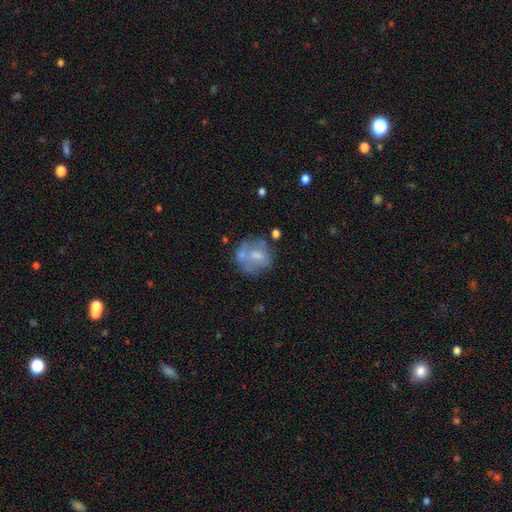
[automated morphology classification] Q: Smooth or featured?
A: smooth (52%); runner-up: featured or disk (39%)
Q: How rounded?
A: round (70%); runner-up: in between (29%)
Q: Merging?
A: none (41%); runner-up: merger (25%)